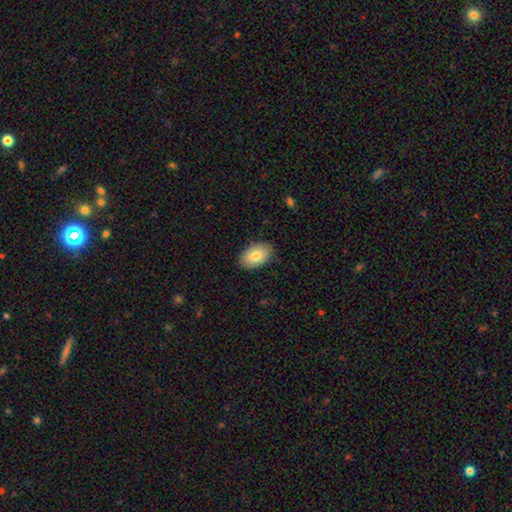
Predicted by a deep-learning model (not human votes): smooth-or-featured: smooth: 80% | featured or disk: 14% | star or artifact: 6%
  how-rounded: in between: 92% | round: 6% | cigar-shaped: 1%
  merging: none: 86% | minor disturbance: 11% | major disturbance: 2% | merger: 1%